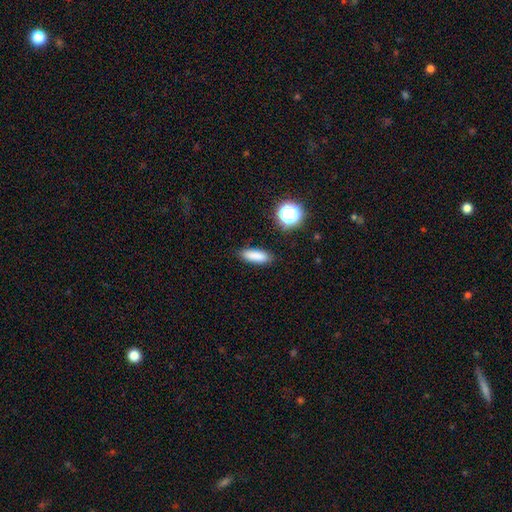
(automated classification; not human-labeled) Smooth or featured? smooth (85%)
How rounded? in between (56%)
Merging? none (87%)